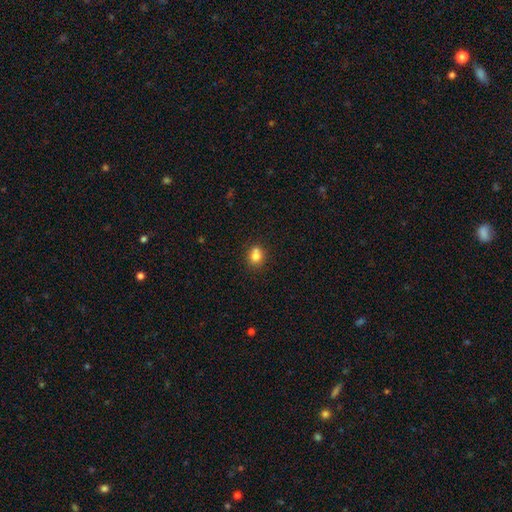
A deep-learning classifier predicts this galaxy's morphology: Smooth or featured: smooth — 77% (featured or disk — 12%)
How rounded: round — 67% (in between — 32%)
Merging: none — 52% (merger — 30%)